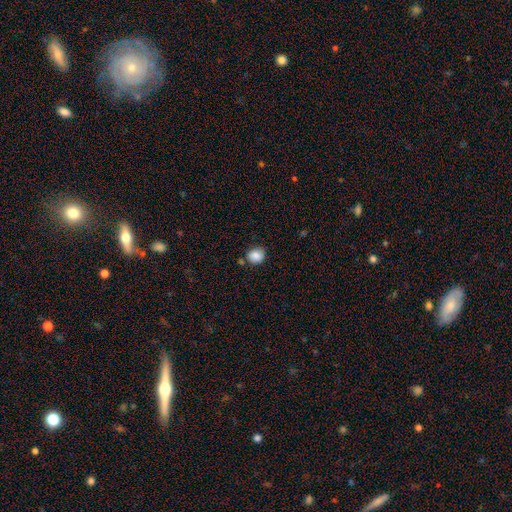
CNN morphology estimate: type=smooth (86%); roundness=round (74%); merging=none (73%).